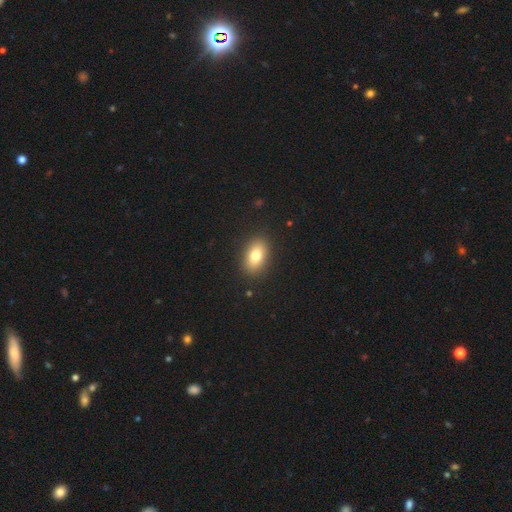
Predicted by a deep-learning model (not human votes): smooth-or-featured: smooth: 78% | featured or disk: 13% | star or artifact: 9%
  how-rounded: in between: 84% | round: 14% | cigar-shaped: 2%
  merging: none: 89% | minor disturbance: 7% | major disturbance: 2% | merger: 1%